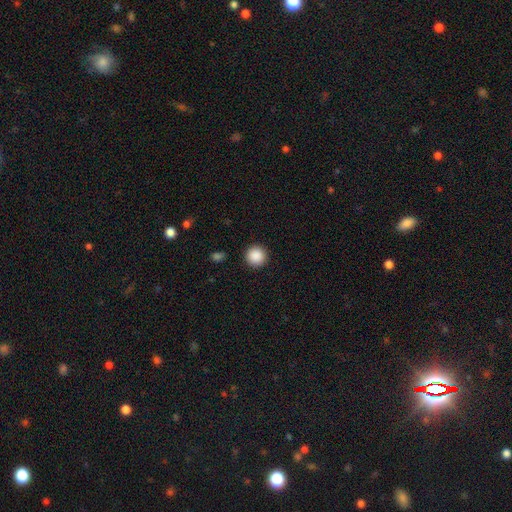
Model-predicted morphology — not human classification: smooth_or_featured: smooth (p=0.89) [alt: star or artifact p=0.09]
how_rounded: round (p=0.96) [alt: in between p=0.04]
merging: none (p=0.92) [alt: minor disturbance p=0.05]